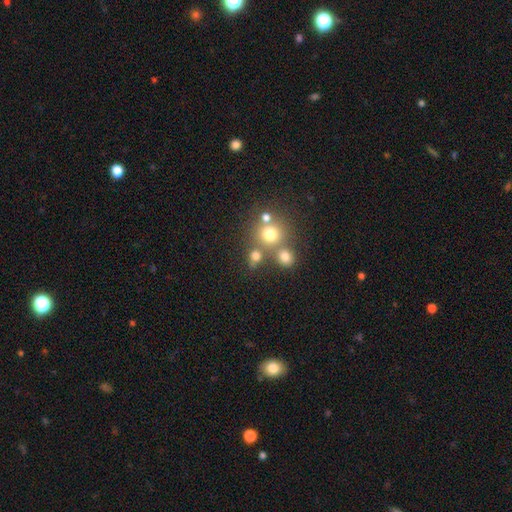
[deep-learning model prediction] Q: Smooth or featured?
A: smooth (71%); runner-up: star or artifact (18%)
Q: How rounded?
A: round (75%); runner-up: in between (23%)
Q: Merging?
A: none (58%); runner-up: merger (27%)